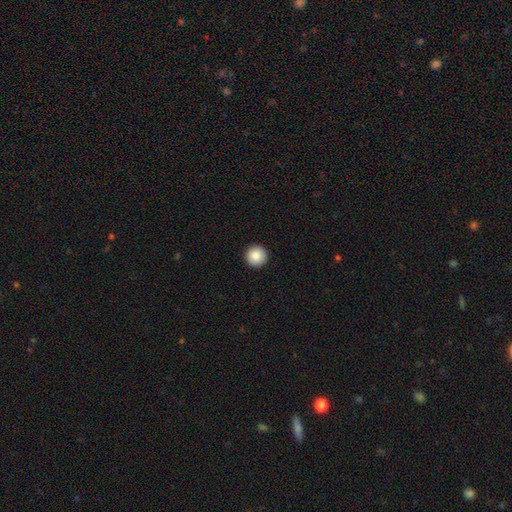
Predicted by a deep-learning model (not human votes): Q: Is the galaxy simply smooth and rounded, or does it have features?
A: smooth — 88%.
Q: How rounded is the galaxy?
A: round — 97%.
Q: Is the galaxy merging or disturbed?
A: none — 94%.